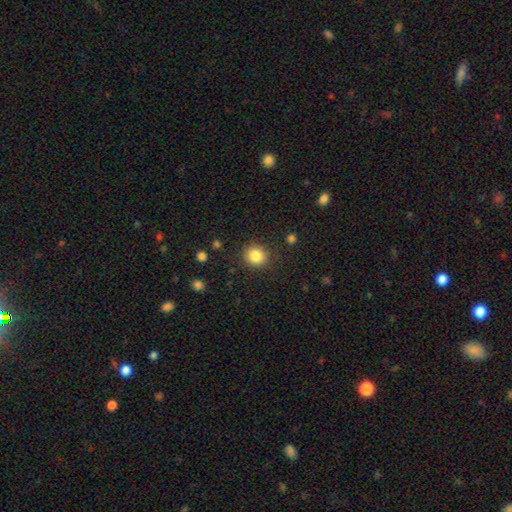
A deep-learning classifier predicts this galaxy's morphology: The model was most divided on "how rounded": round: 86%, in between: 13%, cigar-shaped: 1%. More confident: merging — none (87%); smooth or featured — smooth (84%).